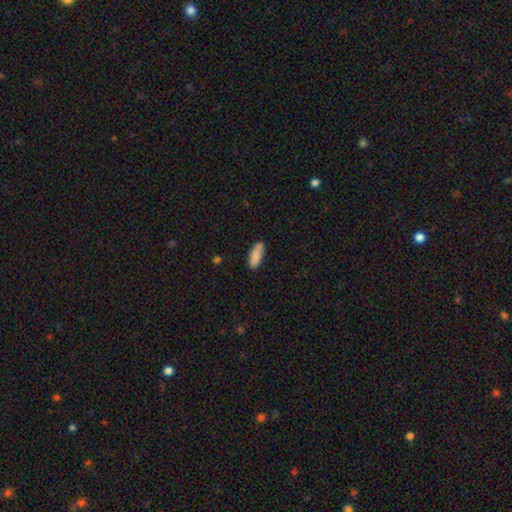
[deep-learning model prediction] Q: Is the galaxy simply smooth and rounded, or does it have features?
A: smooth — 85%.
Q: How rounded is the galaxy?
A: in between — 69%.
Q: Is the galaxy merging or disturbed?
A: none — 77%.